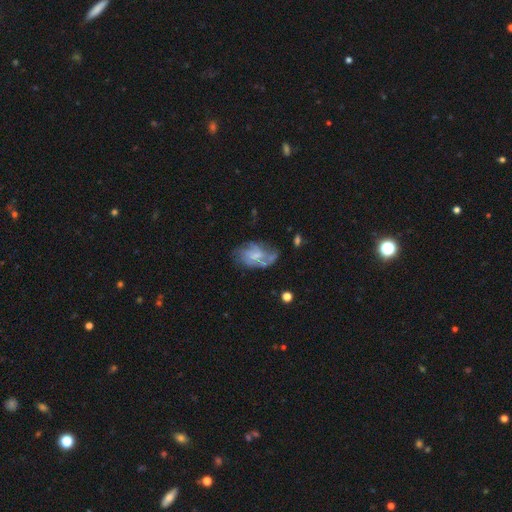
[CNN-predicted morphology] Smooth or featured: featured or disk — 62% (smooth — 29%)
Edge-on disk: no — 96% (yes — 4%)
Bar: no — 52% (weak — 40%)
Spiral arms: yes — 70% (no — 30%)
Bulge size: small — 43% (moderate — 27%)
Merging: none — 45% (minor disturbance — 27%)